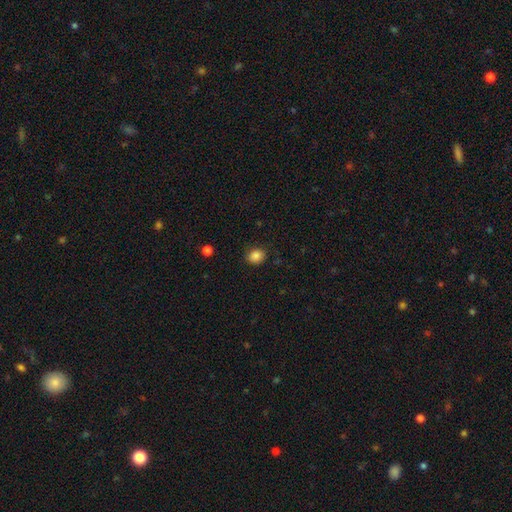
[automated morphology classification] A smooth galaxy with no disk features (86%) that is round (66%).

Vote fractions:
- Smooth or featured? smooth: 86% / star or artifact: 10% / featured or disk: 3%
- How rounded? round: 66% / in between: 33% / cigar-shaped: 1%
- Merging? none: 86% / minor disturbance: 10% / major disturbance: 3% / merger: 1%